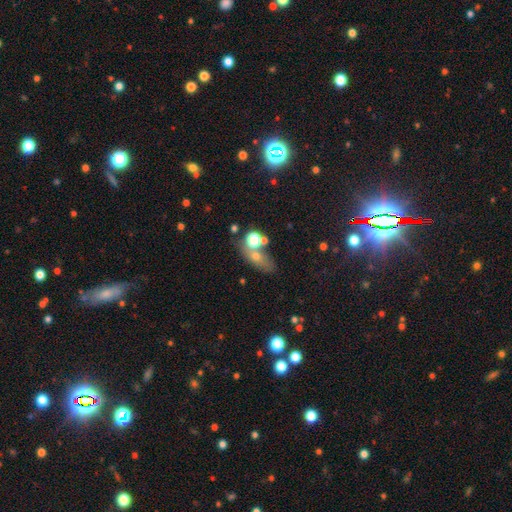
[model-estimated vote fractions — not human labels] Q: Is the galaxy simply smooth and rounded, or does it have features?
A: smooth — 56%.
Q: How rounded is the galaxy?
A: in between — 61%.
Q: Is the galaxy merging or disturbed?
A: none — 53%.